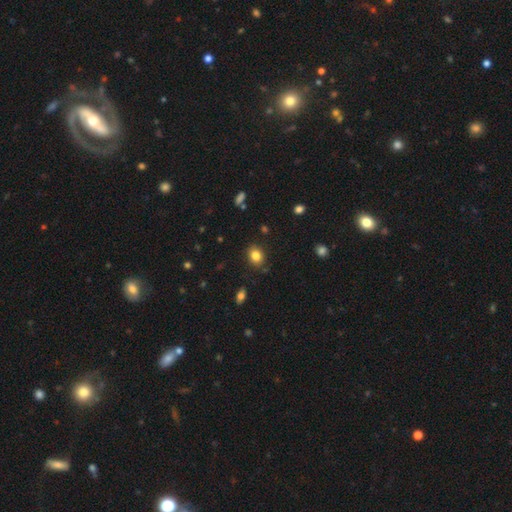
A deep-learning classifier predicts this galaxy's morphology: type=smooth (83%); roundness=in between (59%); merging=none (85%).